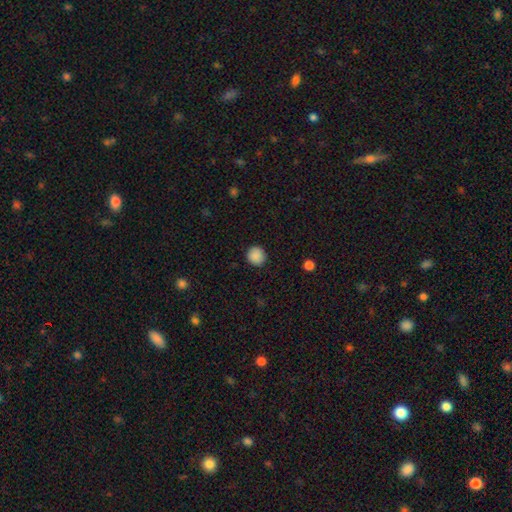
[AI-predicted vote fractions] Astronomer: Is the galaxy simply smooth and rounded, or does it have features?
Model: smooth — 89%.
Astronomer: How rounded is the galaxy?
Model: round — 92%.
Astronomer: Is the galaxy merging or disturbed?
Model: none — 91%.